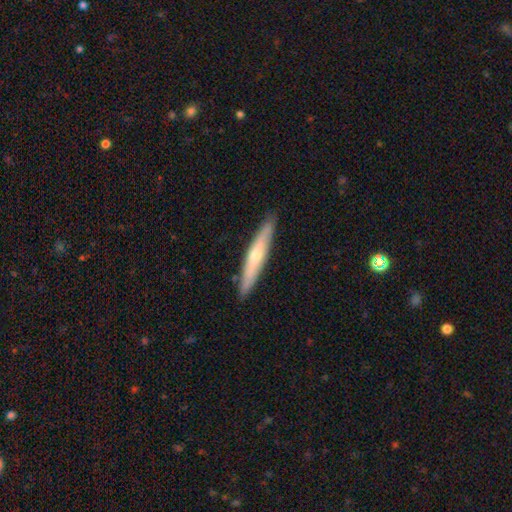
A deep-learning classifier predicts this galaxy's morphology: Smooth or featured: smooth — 49% (featured or disk — 45%)
Merging: none — 89% (minor disturbance — 8%)